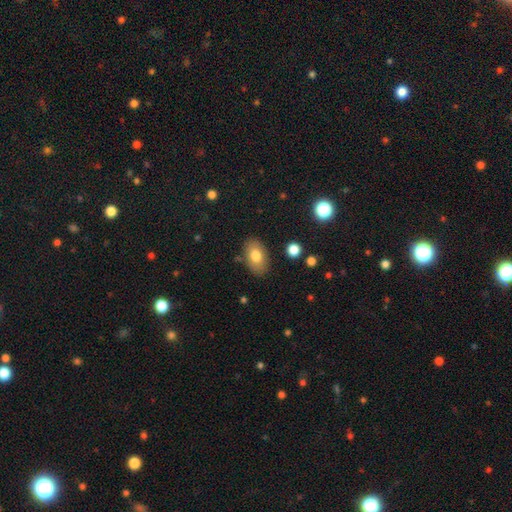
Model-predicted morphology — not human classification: Smooth or featured?
  - smooth: 77% *
  - featured or disk: 15%
  - star or artifact: 8%
How rounded?
  - in between: 90% *
  - round: 8%
  - cigar-shaped: 1%
Merging?
  - none: 83% *
  - minor disturbance: 11%
  - major disturbance: 3%
  - merger: 2%